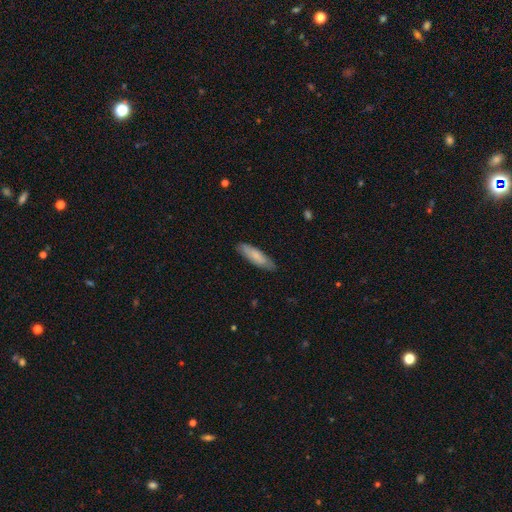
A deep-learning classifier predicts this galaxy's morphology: Q: Smooth or featured?
A: smooth (77%); runner-up: featured or disk (18%)
Q: How rounded?
A: cigar-shaped (62%); runner-up: in between (36%)
Q: Merging?
A: none (85%); runner-up: minor disturbance (12%)